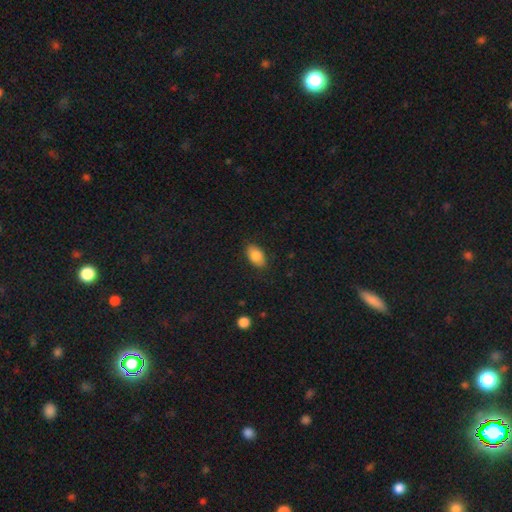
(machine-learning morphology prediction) Smooth or featured? smooth (83%)
How rounded? in between (90%)
Merging? none (84%)